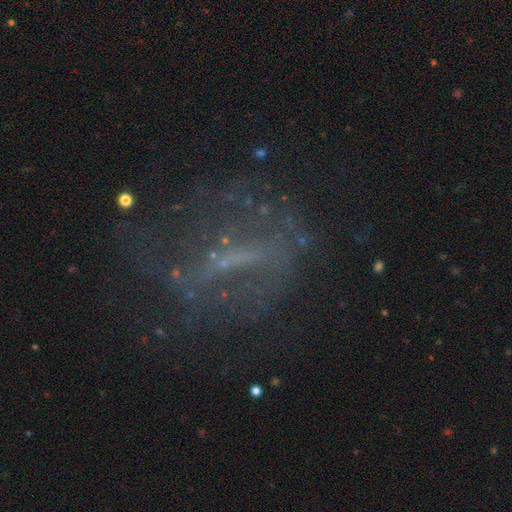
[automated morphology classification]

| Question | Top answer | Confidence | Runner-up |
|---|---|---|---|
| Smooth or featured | featured or disk | 57% | star or artifact (24%) |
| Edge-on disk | no | 88% | yes (12%) |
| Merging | none | 54% | major disturbance (26%) |